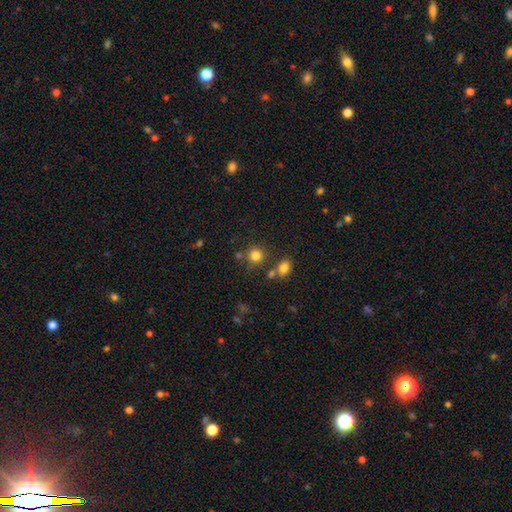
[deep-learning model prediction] Morphology: type=smooth (80%); roundness=round (90%); merging=none (75%).